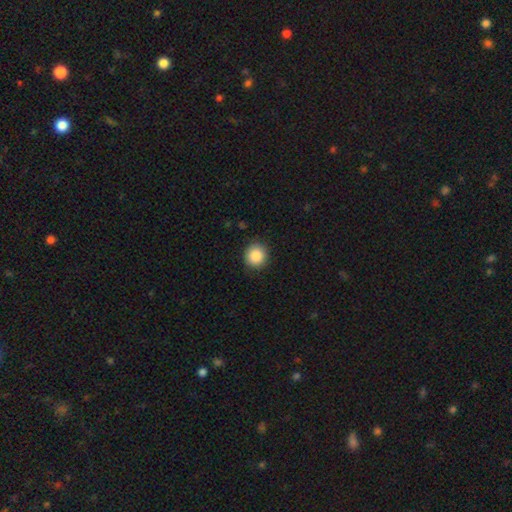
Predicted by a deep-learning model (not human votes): Smooth or featured?
  - smooth: 88% *
  - star or artifact: 9%
  - featured or disk: 4%
How rounded?
  - round: 90% *
  - in between: 10%
  - cigar-shaped: 1%
Merging?
  - none: 90% *
  - minor disturbance: 7%
  - major disturbance: 2%
  - merger: 1%